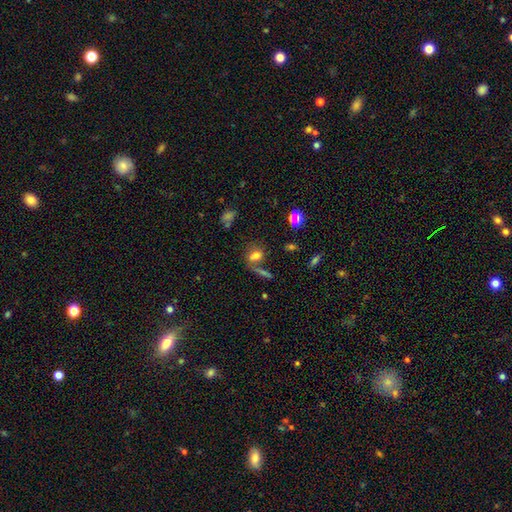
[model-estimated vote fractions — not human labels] The model was most divided on "how rounded": in between: 60%, round: 33%, cigar-shaped: 7%. More confident: smooth or featured — smooth (63%); merging — none (54%).